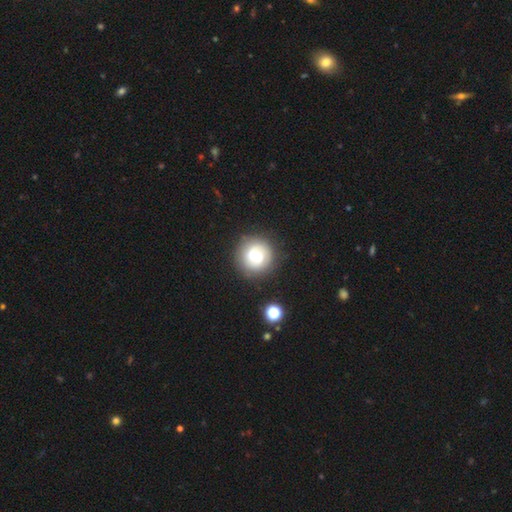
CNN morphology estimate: A smooth galaxy with no disk features (46%).

Vote fractions:
- Smooth or featured? smooth: 46% / featured or disk: 45% / star or artifact: 9%
- Merging? none: 82% / minor disturbance: 11% / major disturbance: 5% / merger: 2%